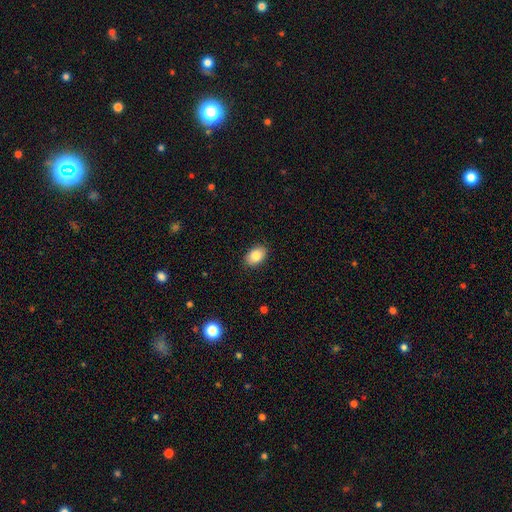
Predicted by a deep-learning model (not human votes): This is clearly a smooth galaxy (87%). How rounded: clearly in between (86%). Merging: clearly none (88%).